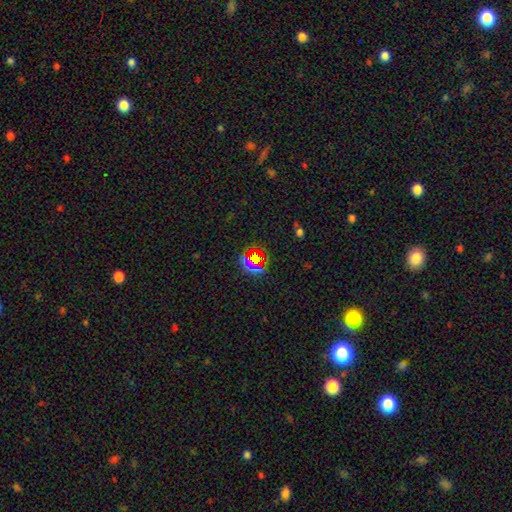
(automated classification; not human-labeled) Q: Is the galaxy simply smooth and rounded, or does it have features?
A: star or artifact — 59%.